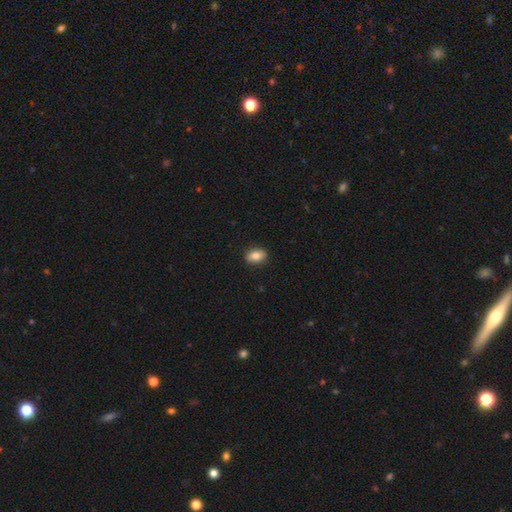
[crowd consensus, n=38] Overall: smooth (89%). How rounded: in between (97%). Merging: none (86%).